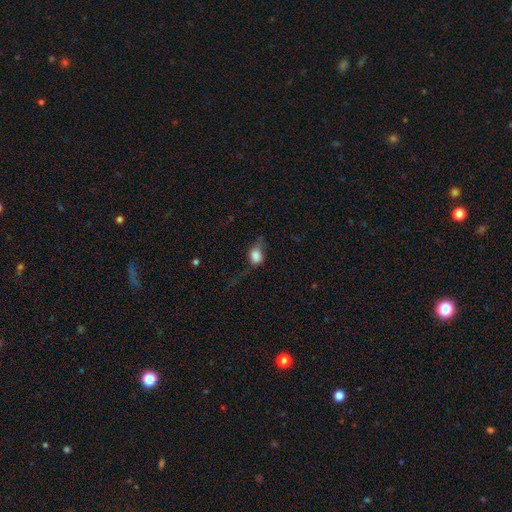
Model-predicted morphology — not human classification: smooth-or-featured: smooth: 75% | featured or disk: 15% | star or artifact: 10%
  how-rounded: in between: 54% | round: 43% | cigar-shaped: 2%
  merging: none: 34% | major disturbance: 33% | minor disturbance: 30% | merger: 3%